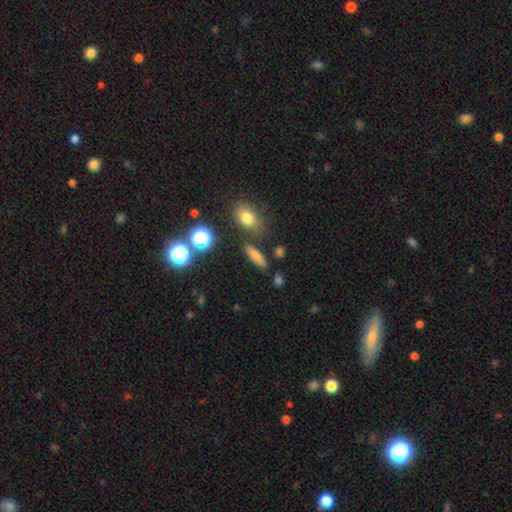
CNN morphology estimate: This appears to be a smooth galaxy with no disk features (71%) that is cigar-shaped (62%). Merging: none (78%).